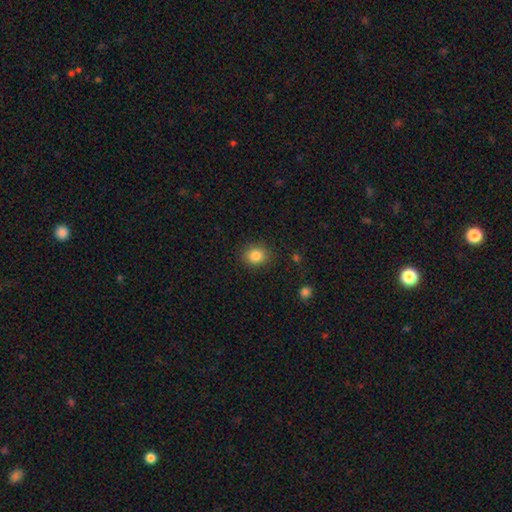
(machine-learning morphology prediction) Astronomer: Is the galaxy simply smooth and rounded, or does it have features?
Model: smooth — 84%.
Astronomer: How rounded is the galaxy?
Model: round — 68%.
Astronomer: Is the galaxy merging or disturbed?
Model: none — 88%.